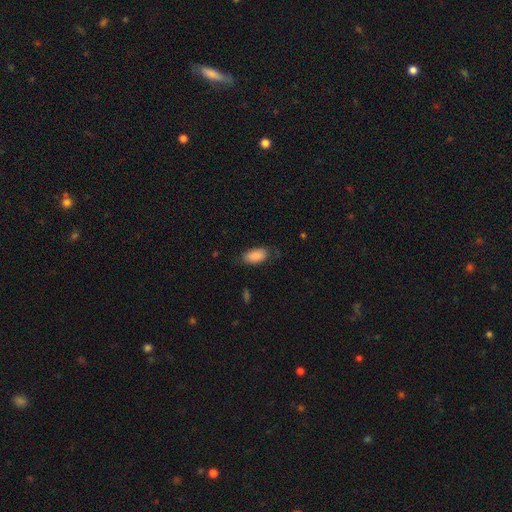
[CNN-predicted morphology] The model was most divided on "merging": none: 71%, minor disturbance: 22%, major disturbance: 6%, merger: 1%. More confident: how rounded — in between (93%); smooth or featured — smooth (87%).